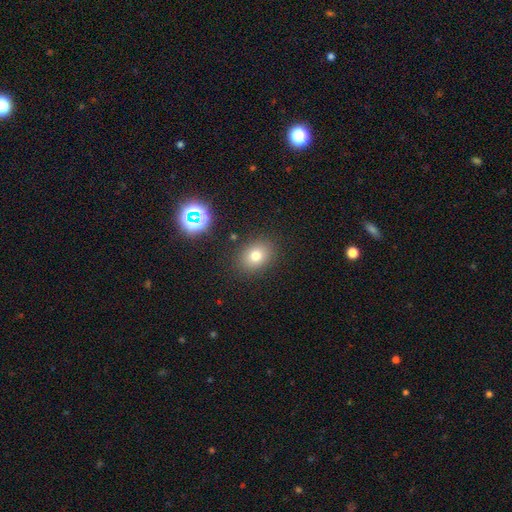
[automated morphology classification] Smooth or featured: smooth — 75% (star or artifact — 15%)
How rounded: in between — 54% (round — 45%)
Merging: none — 85% (minor disturbance — 9%)